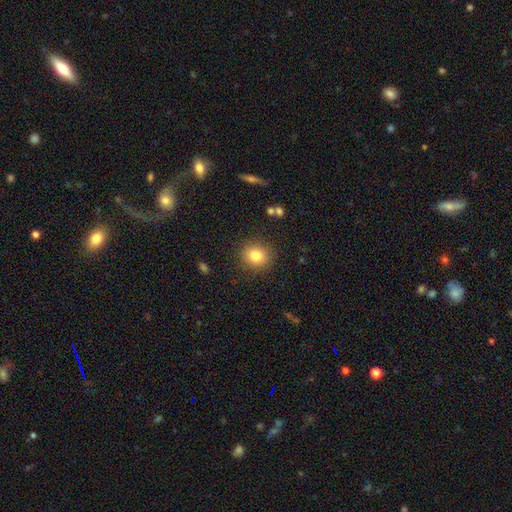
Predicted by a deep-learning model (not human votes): Smooth or featured? smooth (82%)
How rounded? round (82%)
Merging? none (88%)